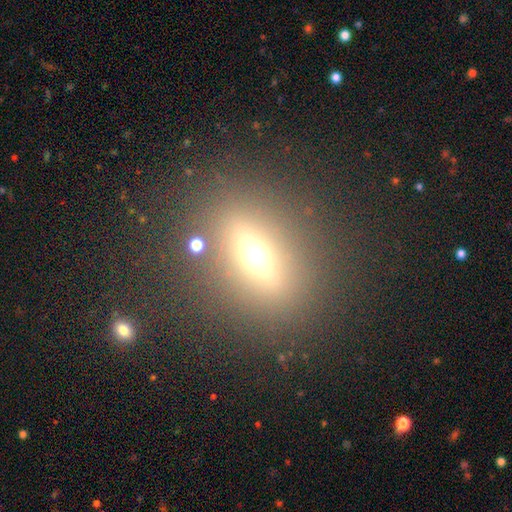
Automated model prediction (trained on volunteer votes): The model was most divided on "smooth or featured": featured or disk: 61%, smooth: 23%, star or artifact: 15%. More confident: edge-on bulge — rounded (94%); merging — none (85%); edge-on disk — yes (83%).